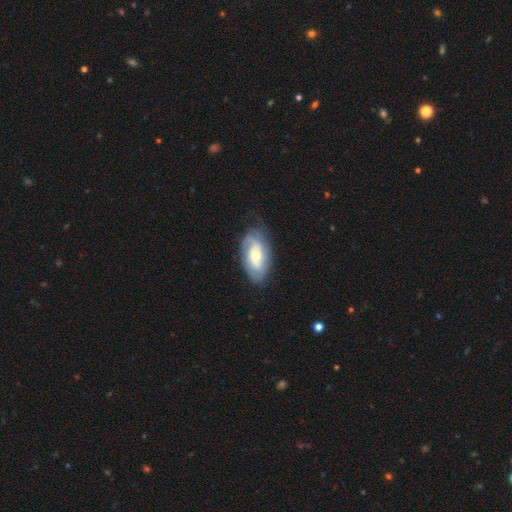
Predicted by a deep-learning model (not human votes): This appears to be a featured or disk galaxy (58%) with no bar (58%), spiral arms (85%) and a moderate central bulge (55%). Merging: none (68%).